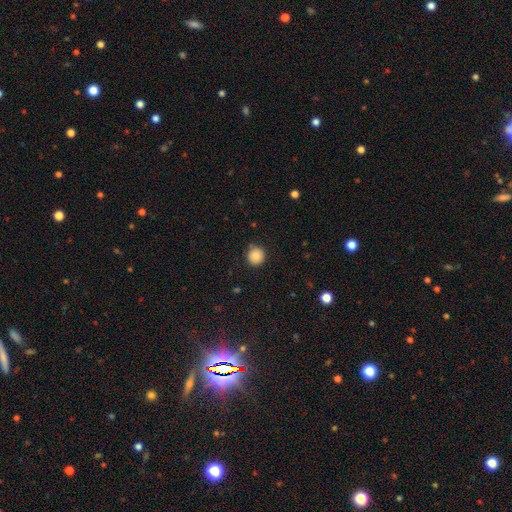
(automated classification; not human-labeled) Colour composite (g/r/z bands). It shows a smooth galaxy with no disk features (85%) that is round (93%). Merging: none (85%).